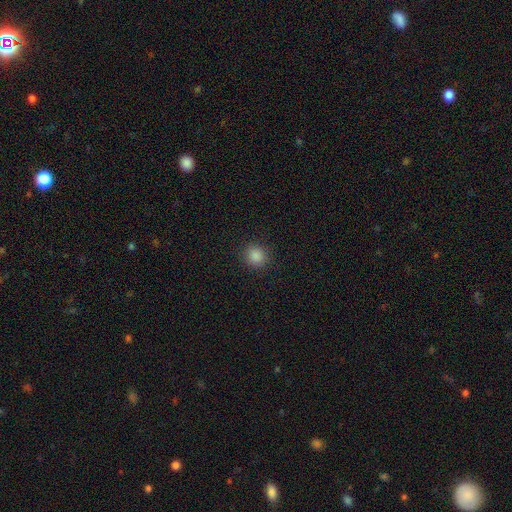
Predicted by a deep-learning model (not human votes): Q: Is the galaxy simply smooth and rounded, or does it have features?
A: smooth — 86%.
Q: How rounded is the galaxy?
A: round — 88%.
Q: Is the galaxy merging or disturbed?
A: none — 91%.